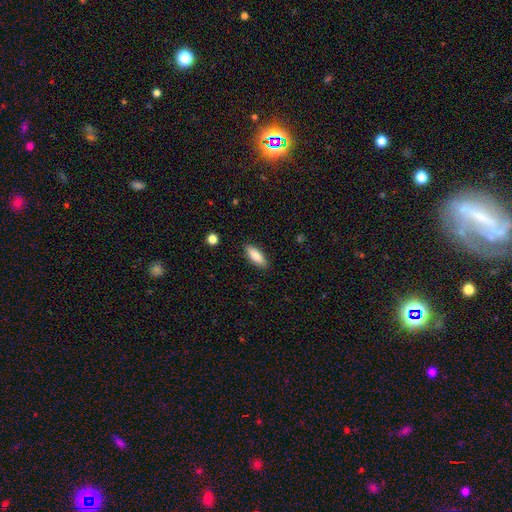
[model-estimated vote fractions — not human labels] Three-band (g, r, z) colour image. It shows a smooth galaxy with no disk features (85%) that is in between round and cigar-shaped (67%). Merging: none (89%).